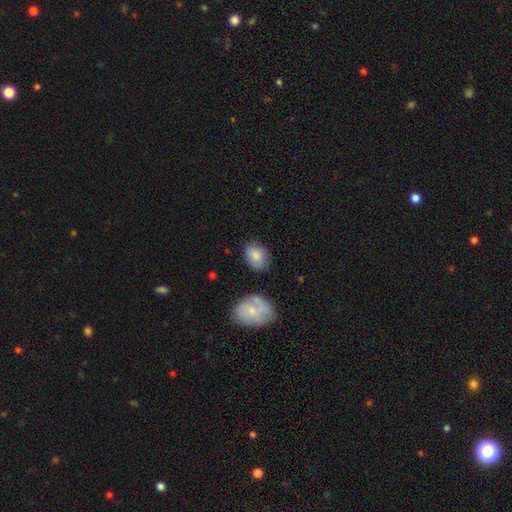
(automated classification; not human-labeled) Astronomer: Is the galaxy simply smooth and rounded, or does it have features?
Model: smooth — 83%.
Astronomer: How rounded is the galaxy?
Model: in between — 67%.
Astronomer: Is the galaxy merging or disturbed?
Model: none — 74%.